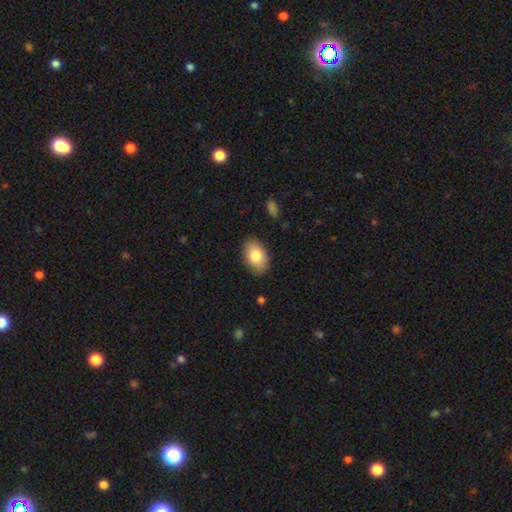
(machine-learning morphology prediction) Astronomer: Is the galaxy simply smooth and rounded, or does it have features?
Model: smooth — 82%.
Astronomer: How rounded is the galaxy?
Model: in between — 91%.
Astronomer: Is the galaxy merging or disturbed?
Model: none — 85%.